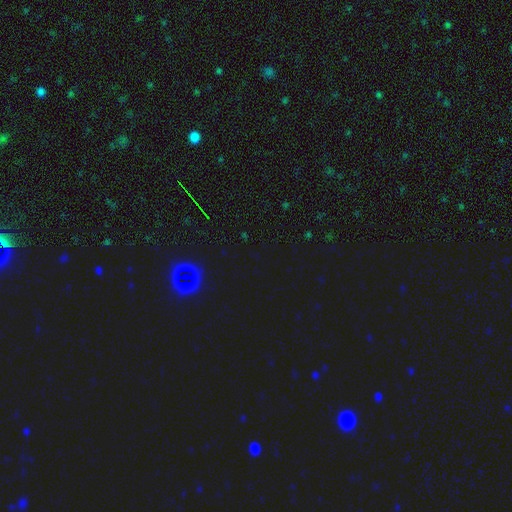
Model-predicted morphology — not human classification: Overall: star or artifact (77%).